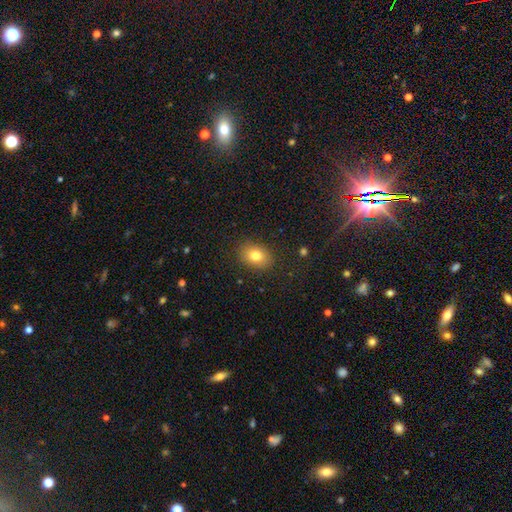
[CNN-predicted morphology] Smooth or featured: smooth — 80% (star or artifact — 10%)
How rounded: in between — 69% (round — 30%)
Merging: none — 87% (minor disturbance — 9%)